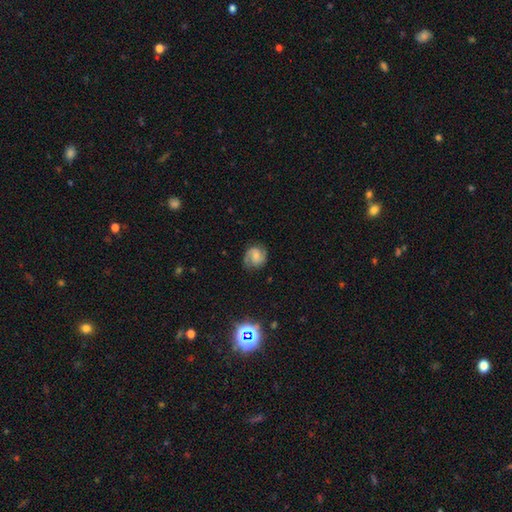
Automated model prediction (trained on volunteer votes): smooth_or_featured: featured or disk (p=0.64) [alt: smooth p=0.27]
disk_edge_on: no (p=0.98) [alt: yes p=0.02]
bar: no (p=0.50) [alt: weak p=0.41]
has_spiral_arms: yes (p=0.94) [alt: no p=0.06]
spiral_winding: medium (p=0.47) [alt: tight p=0.36]
spiral_arm_count: 2 (p=0.81) [alt: can't tell p=0.08]
bulge_size: small (p=0.39) [alt: moderate p=0.29]
merging: none (p=0.75) [alt: minor disturbance p=0.17]